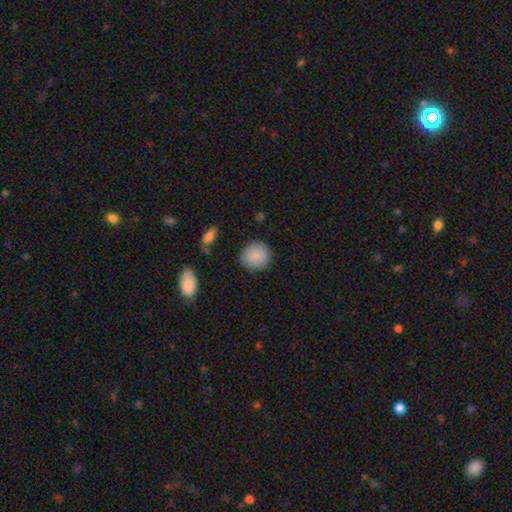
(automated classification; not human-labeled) Smooth or featured: smooth — 89% (star or artifact — 7%)
How rounded: round — 87% (in between — 12%)
Merging: none — 87% (minor disturbance — 9%)